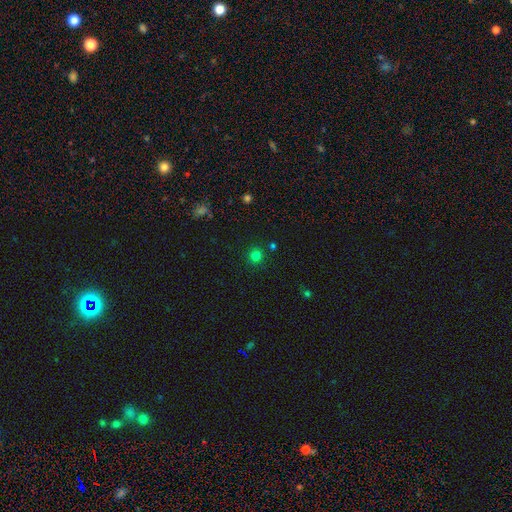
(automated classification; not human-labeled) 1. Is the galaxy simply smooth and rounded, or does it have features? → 77% smooth, 18% star or artifact, 4% featured or disk.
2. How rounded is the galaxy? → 90% round, 9% in between, 1% cigar-shaped.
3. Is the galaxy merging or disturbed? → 86% none, 7% minor disturbance, 4% merger, 3% major disturbance.